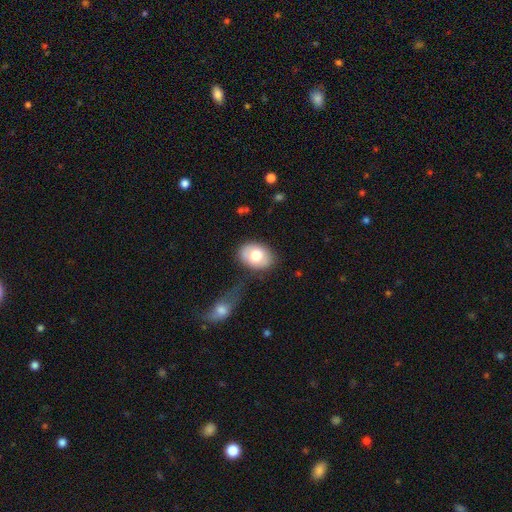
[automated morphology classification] Smooth or featured? smooth (72%)
How rounded? in between (76%)
Merging? none (76%)